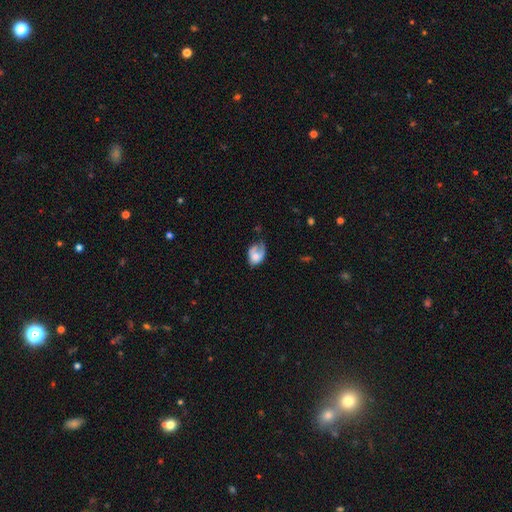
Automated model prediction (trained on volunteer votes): Smooth or featured?
  - smooth: 55% *
  - featured or disk: 37%
  - star or artifact: 8%
How rounded?
  - in between: 76% *
  - round: 22%
  - cigar-shaped: 1%
Merging?
  - major disturbance: 38% *
  - minor disturbance: 29%
  - none: 27%
  - merger: 7%